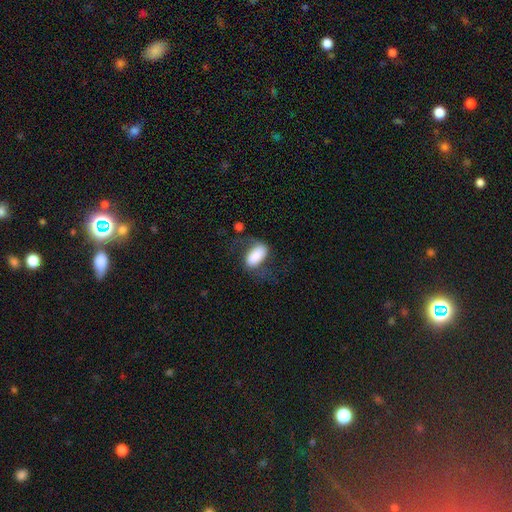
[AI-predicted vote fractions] Q: Smooth or featured?
A: smooth (70%); runner-up: featured or disk (22%)
Q: How rounded?
A: in between (92%); runner-up: cigar-shaped (4%)
Q: Merging?
A: none (46%); runner-up: major disturbance (26%)